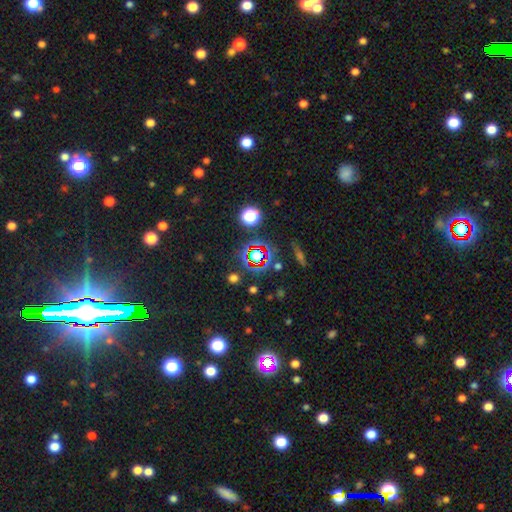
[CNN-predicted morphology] Overall: star or artifact (60%; smooth 28%).